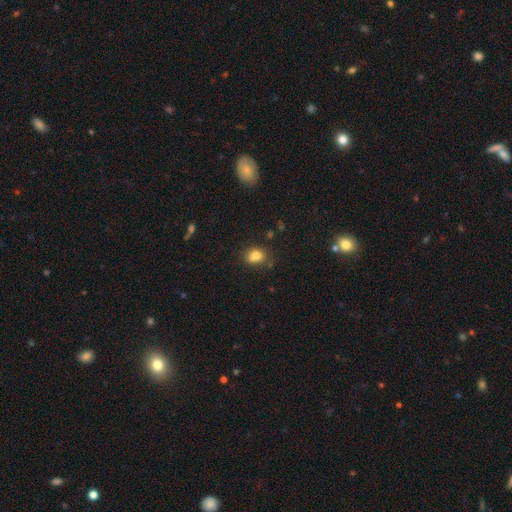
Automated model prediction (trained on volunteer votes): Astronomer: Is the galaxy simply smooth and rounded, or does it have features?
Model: smooth — 80%.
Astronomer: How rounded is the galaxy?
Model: in between — 63%.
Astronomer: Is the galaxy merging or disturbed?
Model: none — 70%.